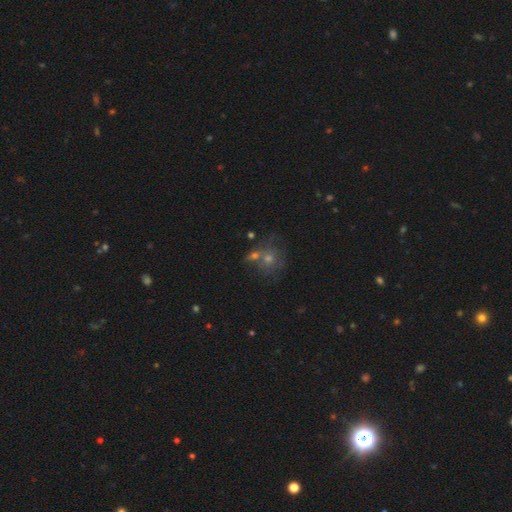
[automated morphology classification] Overall: smooth (44%; featured or disk 30%). Merging: none (52%; merger 27%).